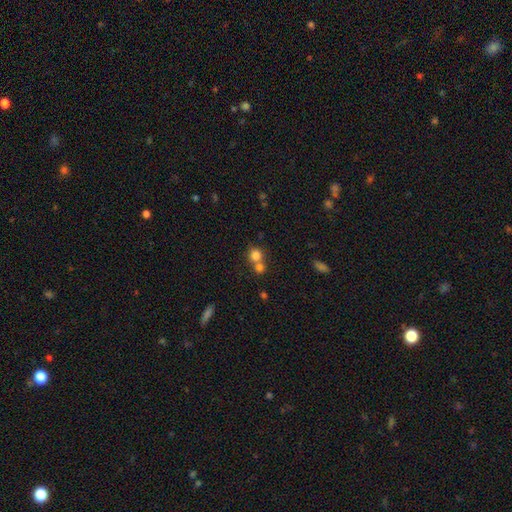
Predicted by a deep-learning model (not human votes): Smooth or featured? Predicted: smooth (p=0.79). How rounded? Predicted: round (p=0.86). Merging? Predicted: merger (p=0.46).